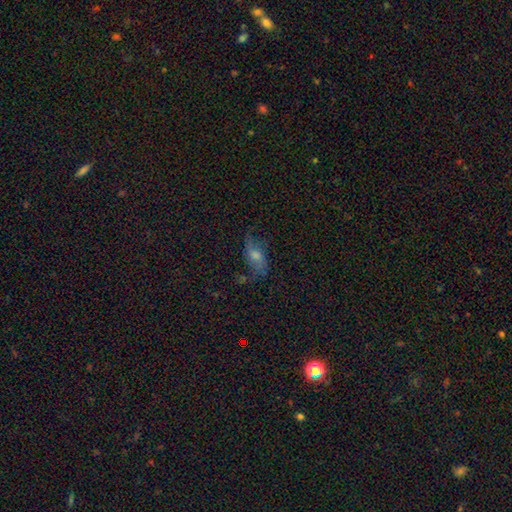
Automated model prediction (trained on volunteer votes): This appears to be a smooth galaxy with no disk features (46%). Merging: none (55%).